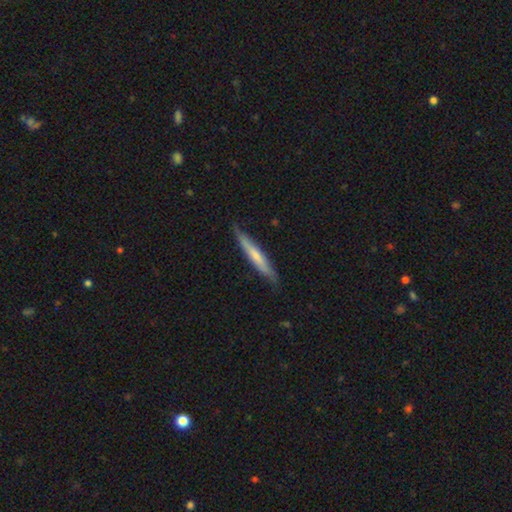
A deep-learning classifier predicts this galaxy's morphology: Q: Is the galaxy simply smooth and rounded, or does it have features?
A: smooth — 54%.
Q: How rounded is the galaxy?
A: cigar-shaped — 94%.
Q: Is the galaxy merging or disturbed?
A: none — 81%.